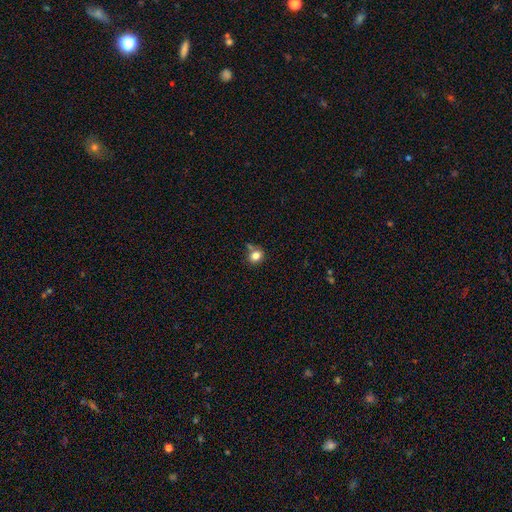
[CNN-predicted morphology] Overall: smooth (82%). How rounded: round (71%). Merging: none (64%).